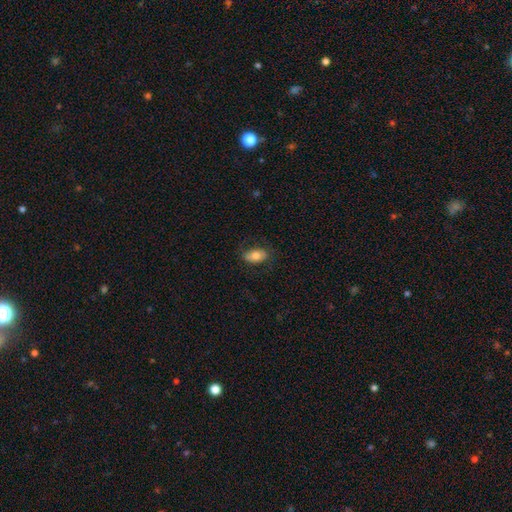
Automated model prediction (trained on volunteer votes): A smooth galaxy with no disk features (73%) that is in between round and cigar-shaped (88%).

Vote fractions:
- Smooth or featured? smooth: 73% / featured or disk: 20% / star or artifact: 7%
- How rounded? in between: 88% / round: 10% / cigar-shaped: 2%
- Merging? none: 76% / minor disturbance: 16% / major disturbance: 6% / merger: 1%